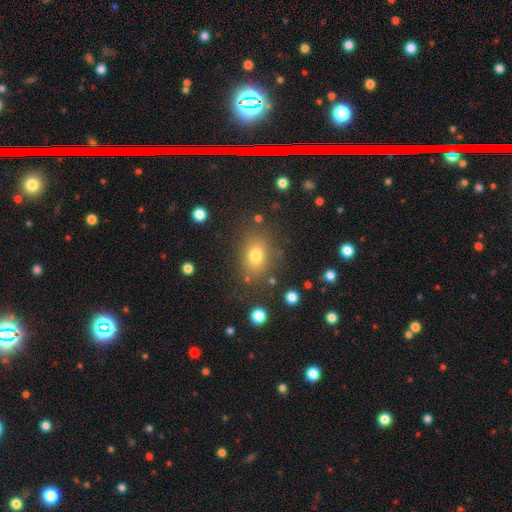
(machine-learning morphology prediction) A smooth galaxy with no disk features (74%) that is in between round and cigar-shaped (58%).

Vote fractions:
- Smooth or featured? smooth: 74% / star or artifact: 15% / featured or disk: 11%
- How rounded? in between: 58% / round: 40% / cigar-shaped: 1%
- Merging? none: 79% / minor disturbance: 12% / major disturbance: 5% / merger: 4%